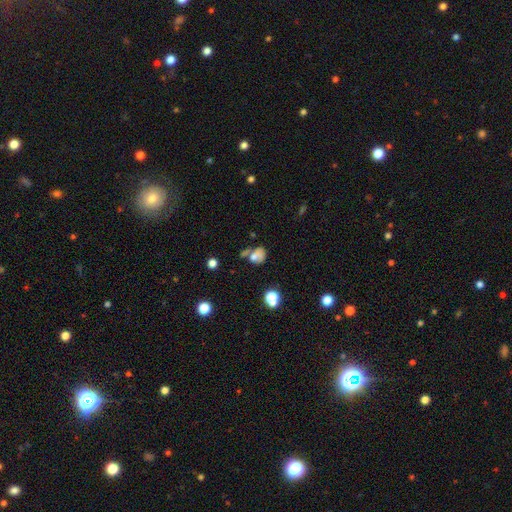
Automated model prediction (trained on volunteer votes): A smooth galaxy with no disk features (66%) that is in between round and cigar-shaped (52%).

Vote fractions:
- Smooth or featured? smooth: 66% / featured or disk: 18% / star or artifact: 15%
- How rounded? in between: 52% / round: 46% / cigar-shaped: 2%
- Merging? none: 37% / merger: 28% / minor disturbance: 20% / major disturbance: 14%